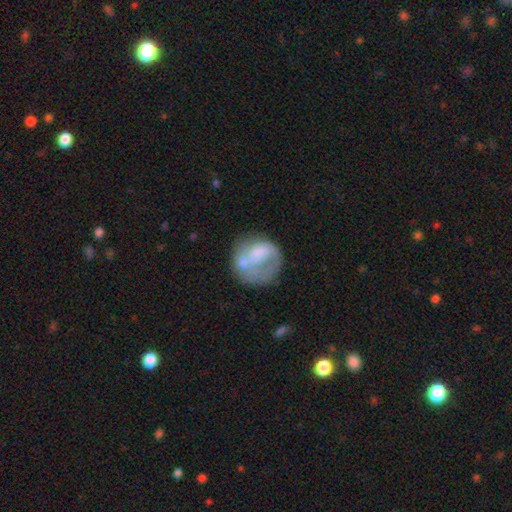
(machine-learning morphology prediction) Smooth or featured? Predicted: smooth (p=0.48). Merging? Predicted: none (p=0.39).